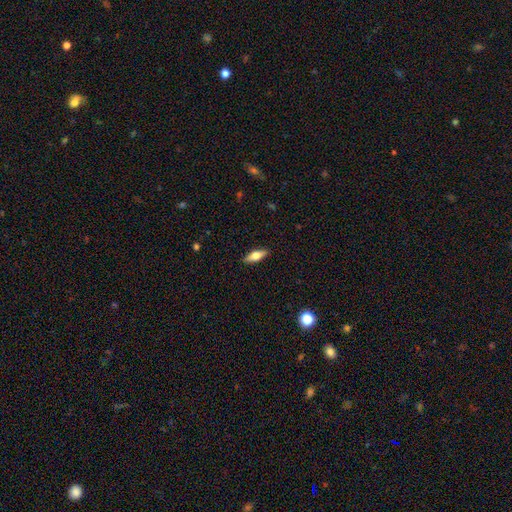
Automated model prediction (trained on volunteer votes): smooth-or-featured: smooth: 62% | featured or disk: 32% | star or artifact: 6%
  how-rounded: in between: 62% | cigar-shaped: 35% | round: 3%
  merging: none: 89% | minor disturbance: 8% | major disturbance: 2% | merger: 1%